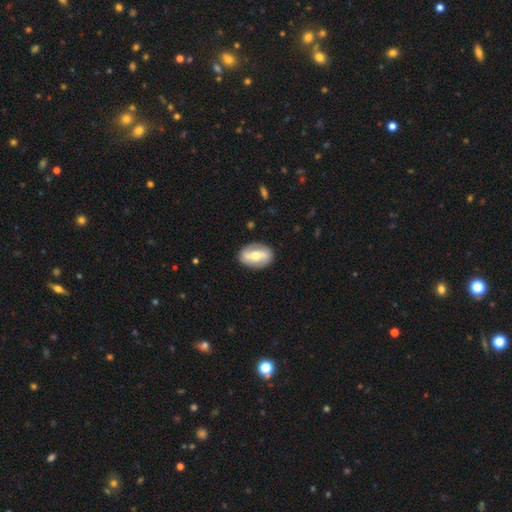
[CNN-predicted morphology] type=featured or disk (55%); edge-on=no (89%); merging=none (86%).